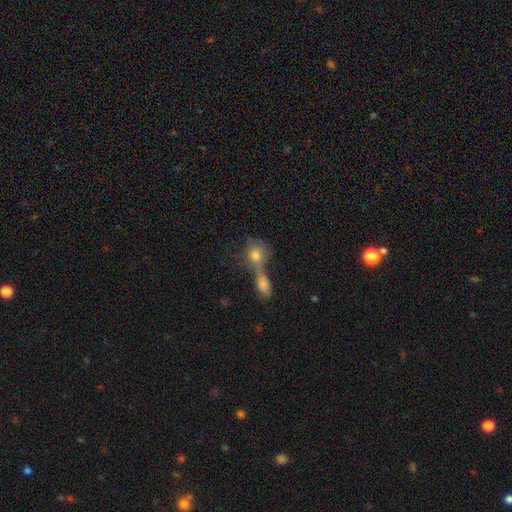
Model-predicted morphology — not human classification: Smooth or featured? smooth (67%)
How rounded? round (57%)
Merging? merger (64%)